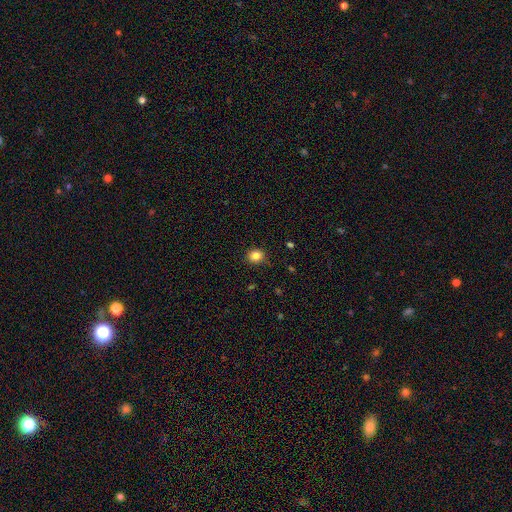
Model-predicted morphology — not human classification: This appears to be a smooth galaxy with no disk features (84%) that is round (78%). Merging: none (88%).